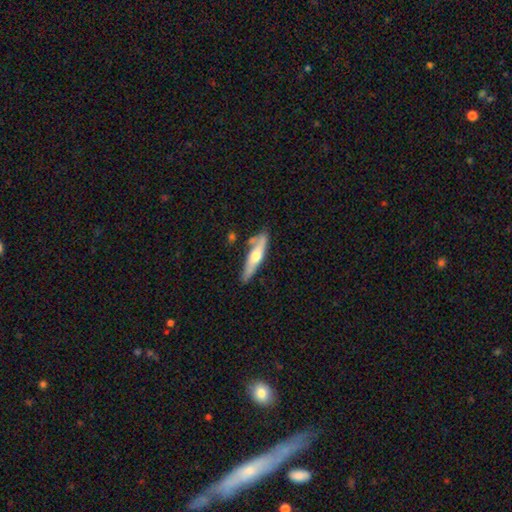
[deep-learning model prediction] This is possibly a featured or disk galaxy (49%). Merging: likely none (67%).